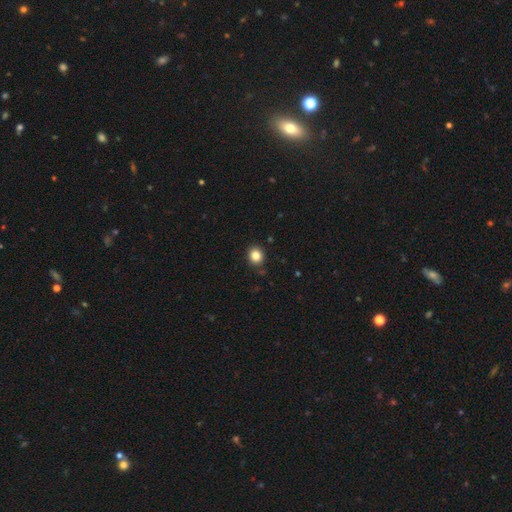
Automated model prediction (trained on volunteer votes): smooth_or_featured: smooth (p=0.84) [alt: star or artifact p=0.11]
how_rounded: round (p=0.81) [alt: in between p=0.19]
merging: none (p=0.89) [alt: minor disturbance p=0.07]